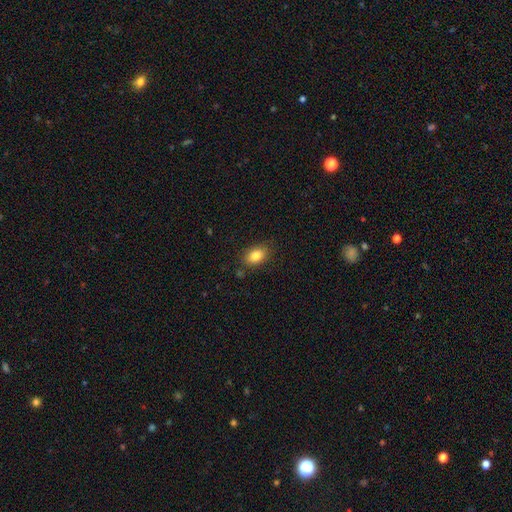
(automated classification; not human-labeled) A smooth galaxy with no disk features (83%) that is in between round and cigar-shaped (83%).

Vote fractions:
- Smooth or featured? smooth: 83% / star or artifact: 9% / featured or disk: 8%
- How rounded? in between: 83% / round: 15% / cigar-shaped: 2%
- Merging? none: 82% / minor disturbance: 12% / major disturbance: 3% / merger: 2%